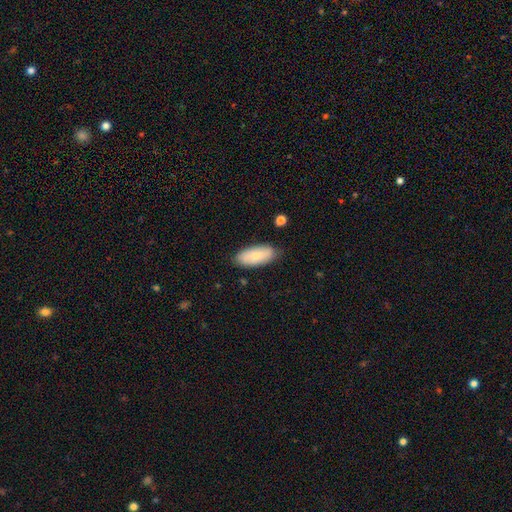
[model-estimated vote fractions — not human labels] Smooth or featured? Predicted: smooth (p=0.76). How rounded? Predicted: in between (p=0.89). Merging? Predicted: none (p=0.82).